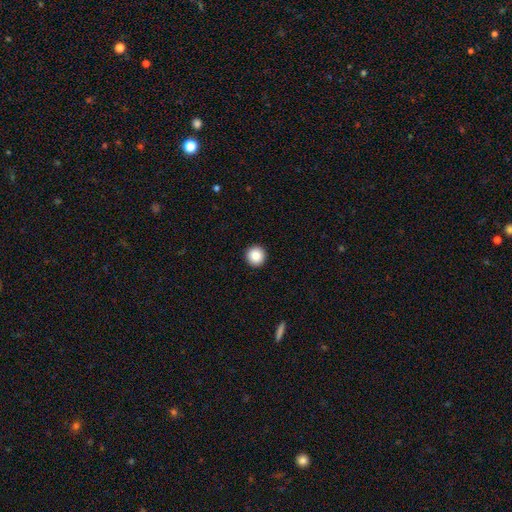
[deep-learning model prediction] A smooth galaxy with no disk features (87%) that is round (95%).

Vote fractions:
- Smooth or featured? smooth: 87% / star or artifact: 9% / featured or disk: 4%
- How rounded? round: 95% / in between: 4% / cigar-shaped: 1%
- Merging? none: 94% / minor disturbance: 4% / major disturbance: 1% / merger: 1%